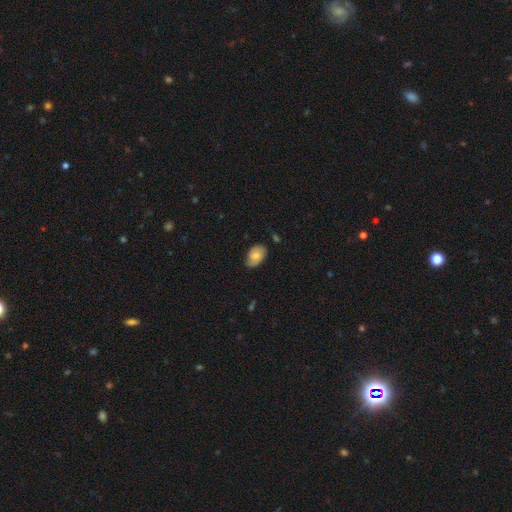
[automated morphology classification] smooth-or-featured: smooth: 66% | featured or disk: 27% | star or artifact: 7%
  how-rounded: in between: 89% | round: 10% | cigar-shaped: 1%
  merging: none: 65% | minor disturbance: 28% | major disturbance: 5% | merger: 2%